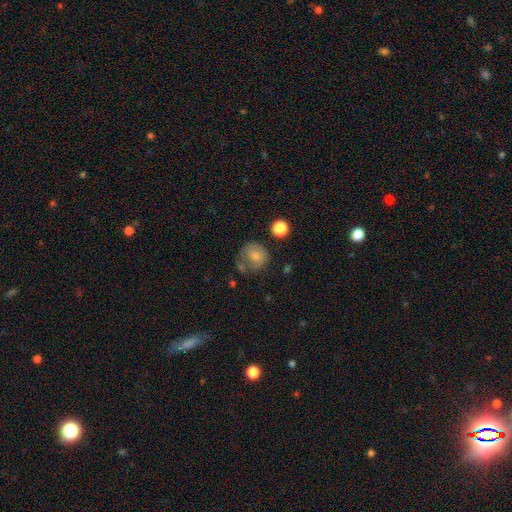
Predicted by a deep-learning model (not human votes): A smooth galaxy with no disk features (67%) that is round (80%).

Vote fractions:
- Smooth or featured? smooth: 67% / featured or disk: 23% / star or artifact: 10%
- How rounded? round: 80% / in between: 19% / cigar-shaped: 1%
- Merging? none: 48% / minor disturbance: 26% / major disturbance: 17% / merger: 9%